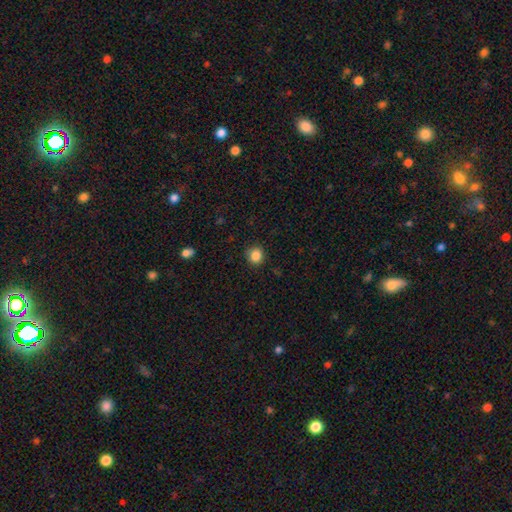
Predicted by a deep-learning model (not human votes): Q: Smooth or featured?
A: smooth (86%); runner-up: star or artifact (11%)
Q: How rounded?
A: round (87%); runner-up: in between (12%)
Q: Merging?
A: none (89%); runner-up: minor disturbance (8%)